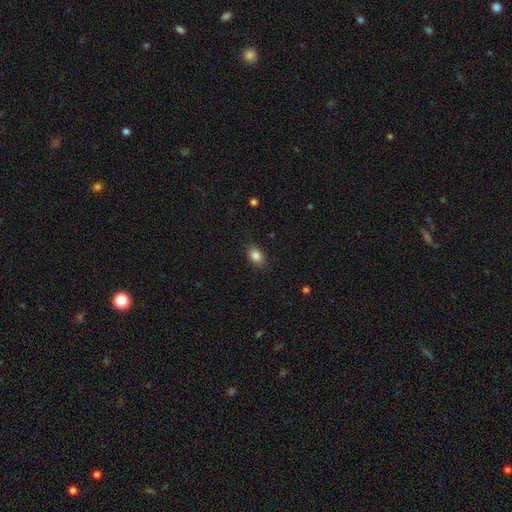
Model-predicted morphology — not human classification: type=smooth (86%); roundness=in between (75%); merging=none (84%).